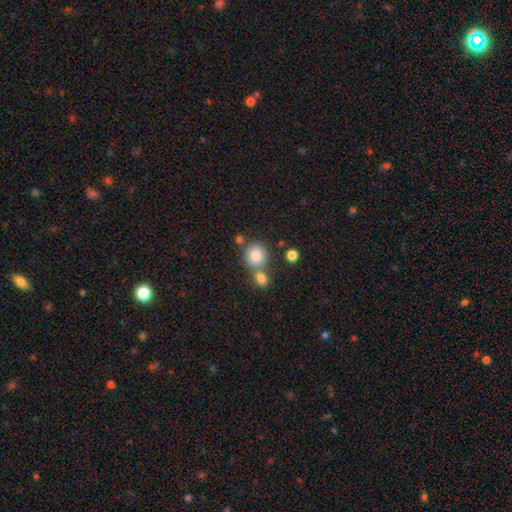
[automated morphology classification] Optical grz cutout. It shows a smooth galaxy with no disk features (83%) that is round (86%). Merging: none (58%).